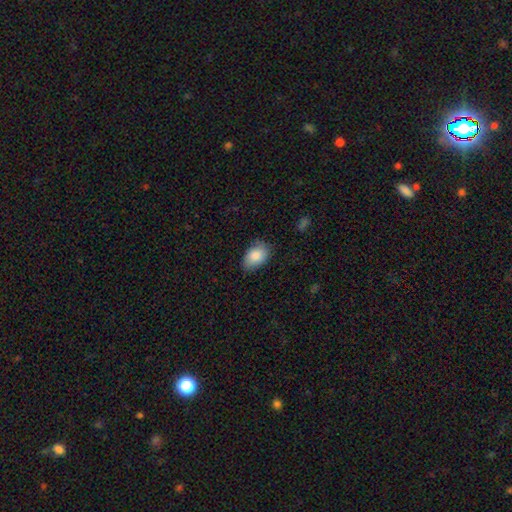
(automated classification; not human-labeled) smooth 85%, featured or disk 8%, star or artifact 7%. Down the decision tree: how rounded — in between (89%); merging — none (74%).